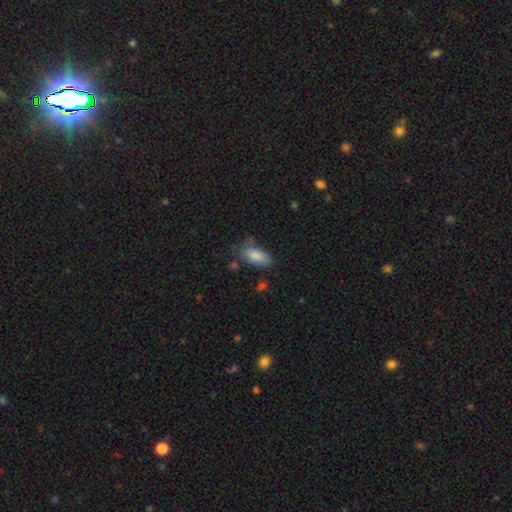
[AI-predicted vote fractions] A smooth galaxy with no disk features (83%) that is in between round and cigar-shaped (89%).

Vote fractions:
- Smooth or featured? smooth: 83% / featured or disk: 10% / star or artifact: 7%
- How rounded? in between: 89% / cigar-shaped: 8% / round: 3%
- Merging? none: 50% / minor disturbance: 32% / major disturbance: 13% / merger: 5%